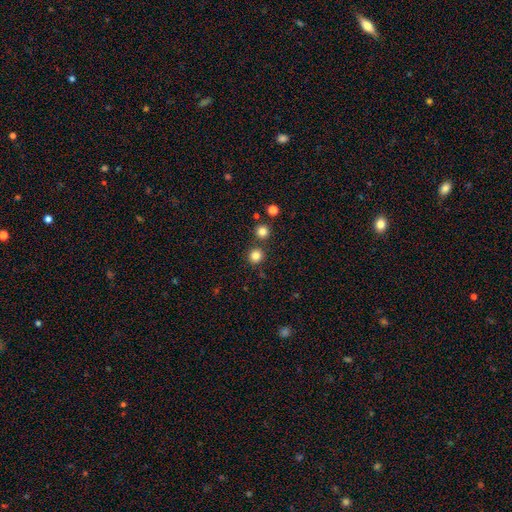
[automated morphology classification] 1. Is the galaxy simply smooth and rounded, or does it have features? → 82% smooth, 13% star or artifact, 4% featured or disk.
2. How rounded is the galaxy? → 93% round, 6% in between, 1% cigar-shaped.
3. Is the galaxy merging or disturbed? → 84% none, 8% merger, 6% minor disturbance, 2% major disturbance.